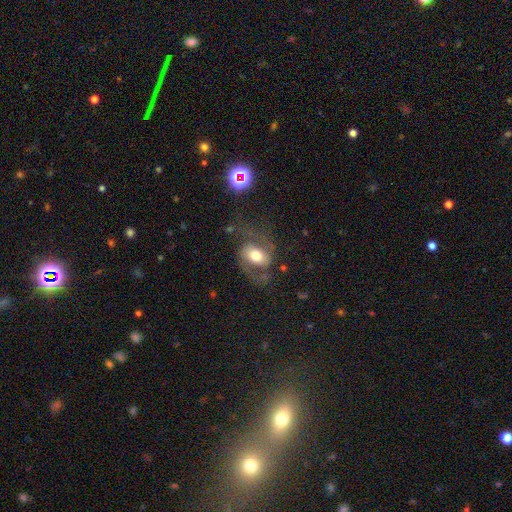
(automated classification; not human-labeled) Overall: featured or disk (67%). Edge-on disk: no (97%). Bar: no (49%; weak 34%). Spiral arms: yes (87%). Spiral arm count: 2 (90%). Spiral winding: medium (46%; loose 43%). Bulge size: moderate (56%; large 30%). Merging: none (58%; major disturbance 21%).